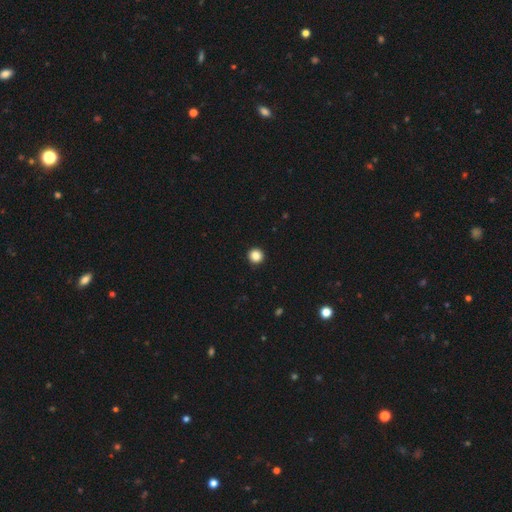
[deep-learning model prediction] Overall: smooth (86%). How rounded: round (95%). Merging: none (94%).